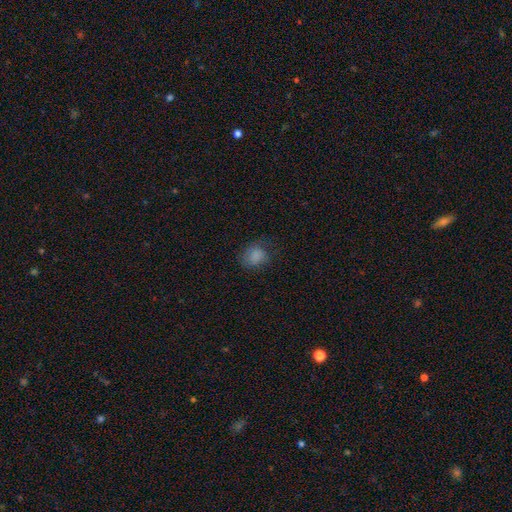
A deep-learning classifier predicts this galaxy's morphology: Smooth or featured: smooth — 82% (star or artifact — 11%)
How rounded: round — 56% (in between — 43%)
Merging: none — 65% (minor disturbance — 23%)